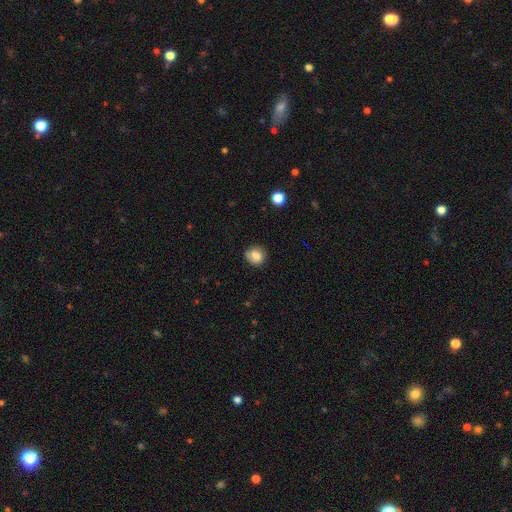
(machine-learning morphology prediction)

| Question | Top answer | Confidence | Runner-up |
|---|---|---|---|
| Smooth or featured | smooth | 79% | featured or disk (12%) |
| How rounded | round | 80% | in between (19%) |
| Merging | none | 77% | minor disturbance (17%) |